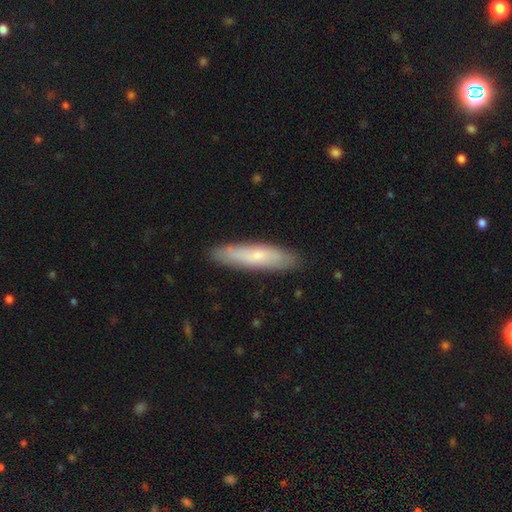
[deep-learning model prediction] smooth 61%, featured or disk 33%, star or artifact 6%. Down the decision tree: how rounded — cigar-shaped (81%); merging — none (87%).